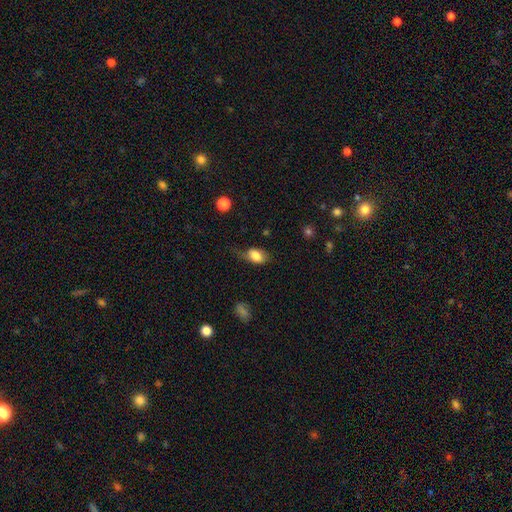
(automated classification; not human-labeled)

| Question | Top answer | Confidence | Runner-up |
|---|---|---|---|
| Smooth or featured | smooth | 79% | featured or disk (13%) |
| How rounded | in between | 86% | round (11%) |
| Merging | none | 45% | minor disturbance (33%) |